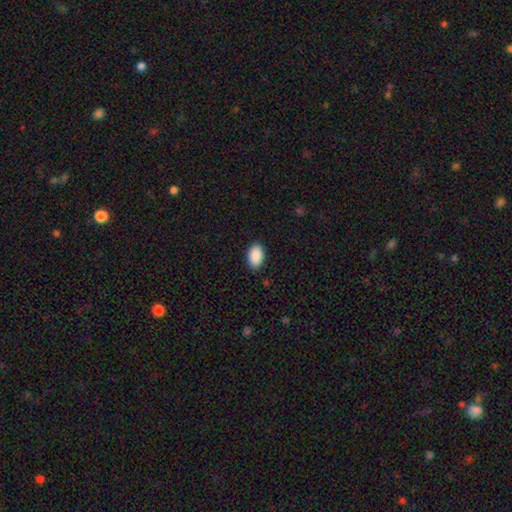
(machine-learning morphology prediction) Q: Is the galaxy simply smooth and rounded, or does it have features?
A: smooth — 91%.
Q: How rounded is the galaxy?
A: in between — 93%.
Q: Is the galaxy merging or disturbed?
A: none — 89%.